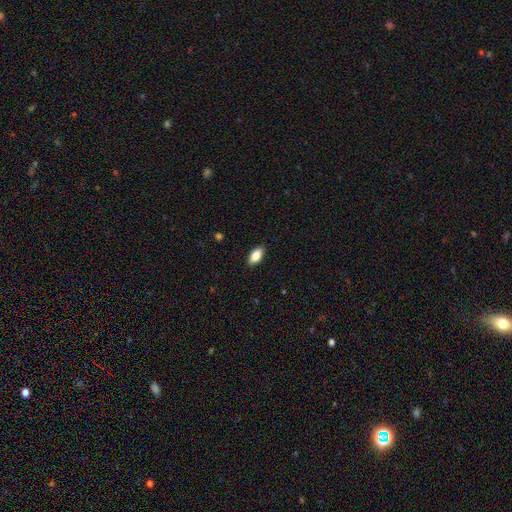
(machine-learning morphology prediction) This appears to be a smooth galaxy with no disk features (85%) that is in between round and cigar-shaped (90%). Merging: none (89%).